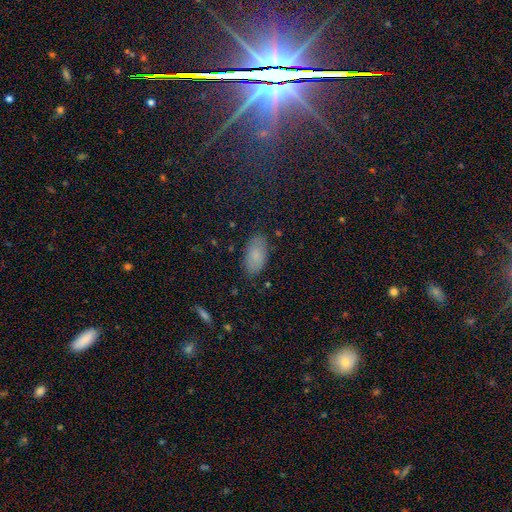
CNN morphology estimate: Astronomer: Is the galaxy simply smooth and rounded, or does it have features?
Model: smooth — 81%.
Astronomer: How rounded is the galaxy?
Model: in between — 94%.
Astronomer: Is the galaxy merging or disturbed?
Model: none — 83%.